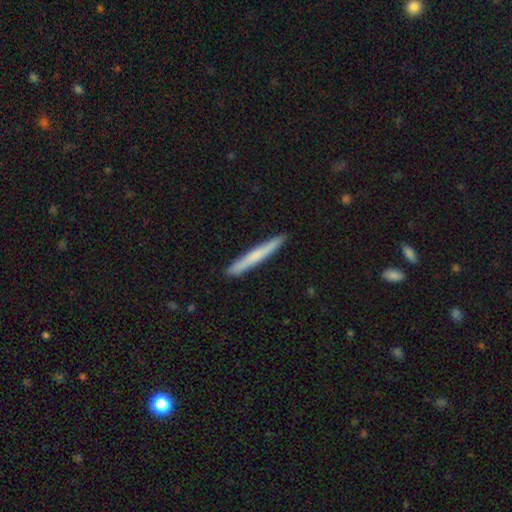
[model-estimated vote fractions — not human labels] Smooth or featured? Predicted: smooth (p=0.65). How rounded? Predicted: cigar-shaped (p=0.97). Merging? Predicted: none (p=0.92).